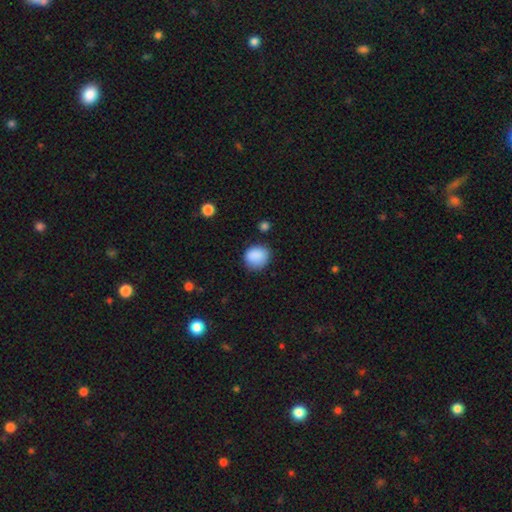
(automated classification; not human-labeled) A smooth galaxy with no disk features (87%) that is round (73%). Merging: none (77%).